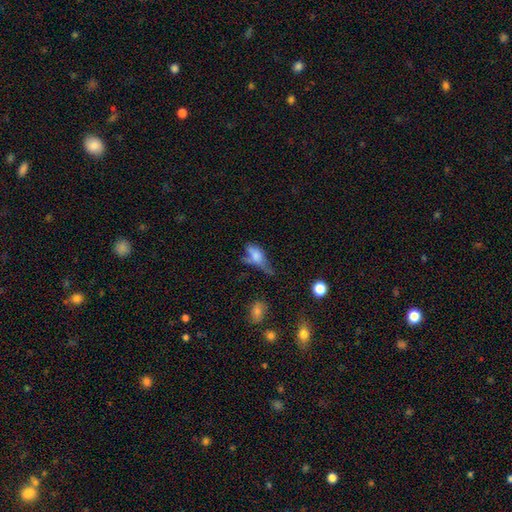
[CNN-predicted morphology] Q: Smooth or featured?
A: smooth (56%); runner-up: featured or disk (32%)
Q: How rounded?
A: in between (69%); runner-up: cigar-shaped (24%)
Q: Merging?
A: major disturbance (30%); runner-up: none (28%)